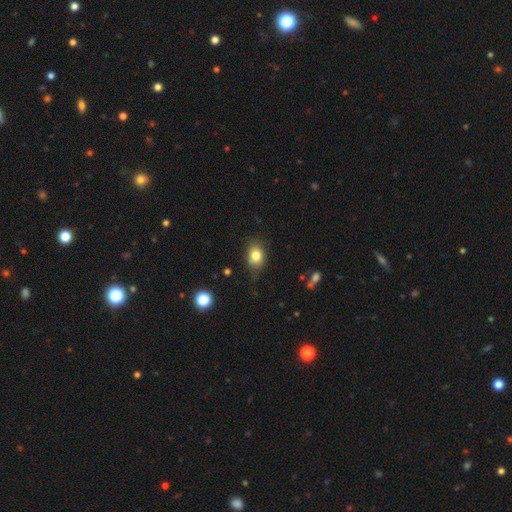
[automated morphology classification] Smooth or featured? smooth (82%)
How rounded? in between (63%)
Merging? none (73%)